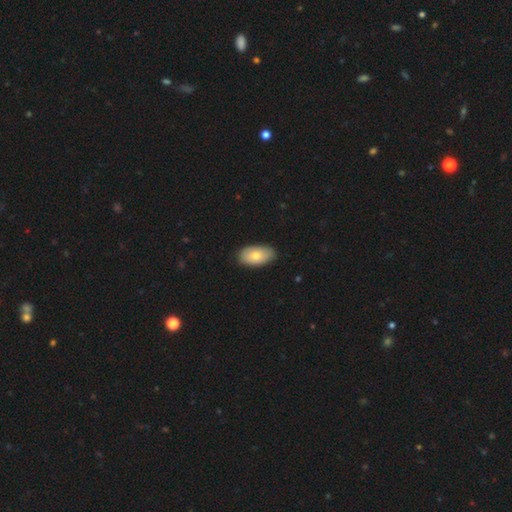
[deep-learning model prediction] The model was most divided on "smooth or featured": smooth: 73%, featured or disk: 21%, star or artifact: 6%. More confident: how rounded — in between (94%); merging — none (84%).